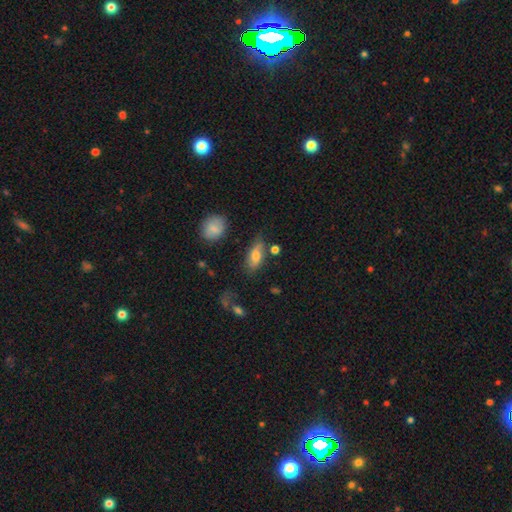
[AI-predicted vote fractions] Morphology: type=smooth (61%); roundness=in between (82%); merging=none (61%).